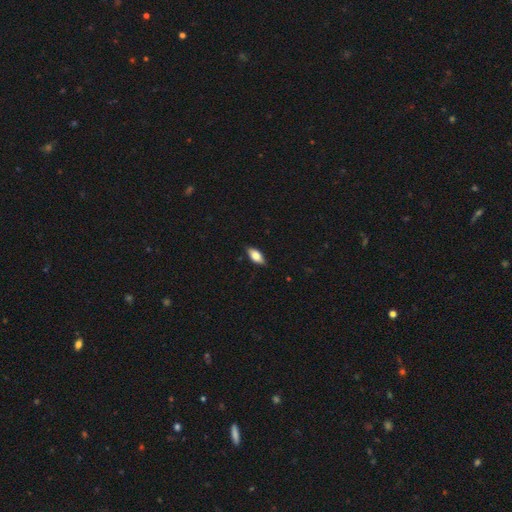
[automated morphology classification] A smooth galaxy with no disk features (70%) that is in between round and cigar-shaped (85%).

Vote fractions:
- Smooth or featured? smooth: 70% / featured or disk: 23% / star or artifact: 7%
- How rounded? in between: 85% / cigar-shaped: 12% / round: 3%
- Merging? none: 85% / minor disturbance: 12% / major disturbance: 2% / merger: 1%